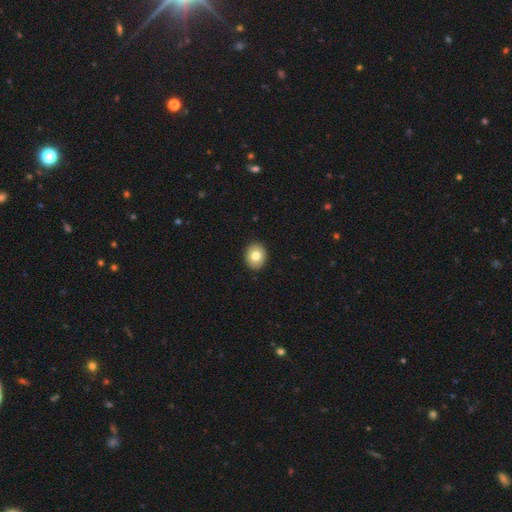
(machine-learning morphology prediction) Overall: smooth (78%). How rounded: round (59%; in between 40%). Merging: none (92%).